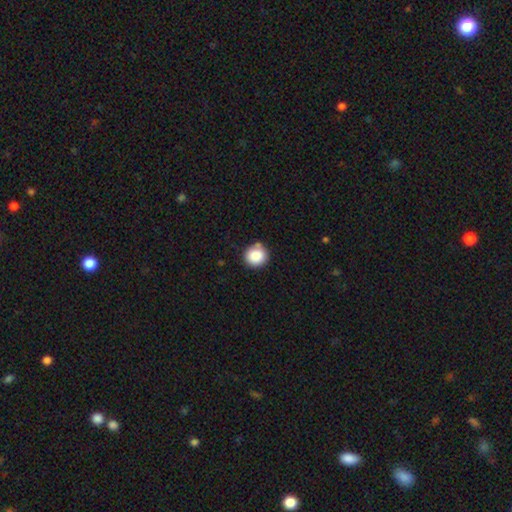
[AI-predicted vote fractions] Smooth or featured: smooth — 87% (star or artifact — 9%)
How rounded: round — 92% (in between — 7%)
Merging: none — 77% (minor disturbance — 13%)